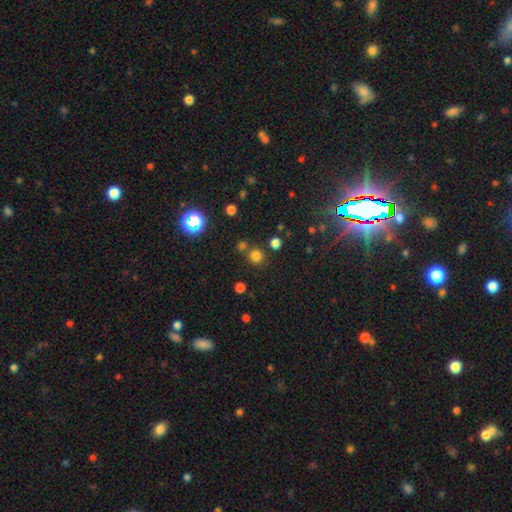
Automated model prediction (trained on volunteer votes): Smooth or featured: smooth — 72% (star or artifact — 23%)
How rounded: round — 93% (in between — 6%)
Merging: none — 77% (merger — 13%)